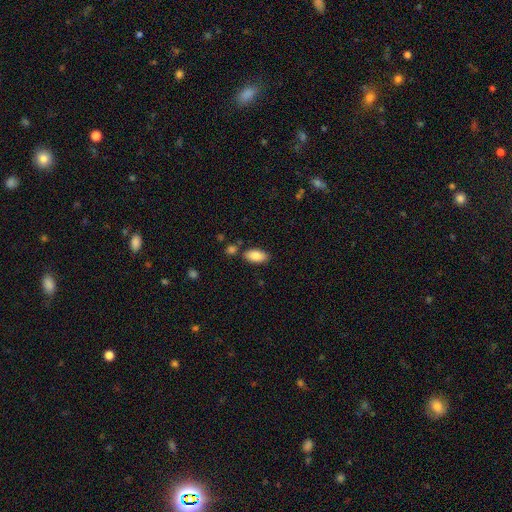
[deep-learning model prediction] Q: Smooth or featured?
A: smooth (87%); runner-up: star or artifact (7%)
Q: How rounded?
A: in between (93%); runner-up: cigar-shaped (4%)
Q: Merging?
A: none (77%); runner-up: minor disturbance (12%)